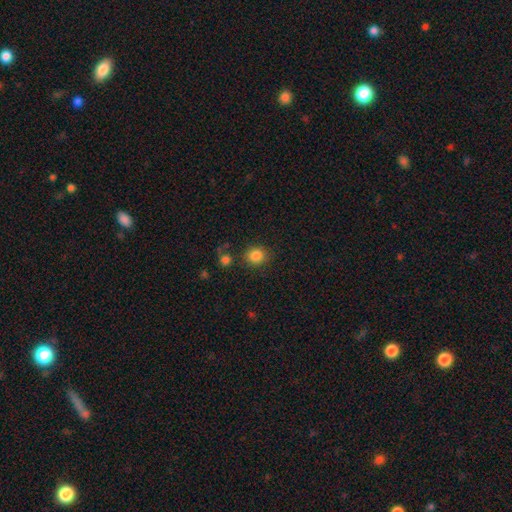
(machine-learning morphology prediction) Q: Smooth or featured?
A: smooth (85%); runner-up: star or artifact (11%)
Q: How rounded?
A: round (80%); runner-up: in between (19%)
Q: Merging?
A: none (82%); runner-up: minor disturbance (10%)